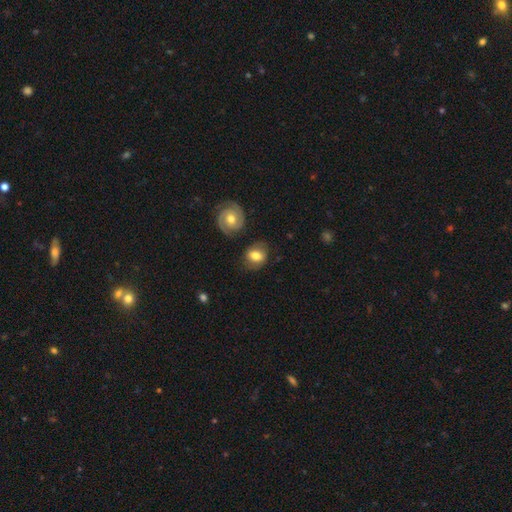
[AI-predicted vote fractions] Smooth or featured? smooth (61%)
How rounded? in between (51%)
Merging? none (71%)